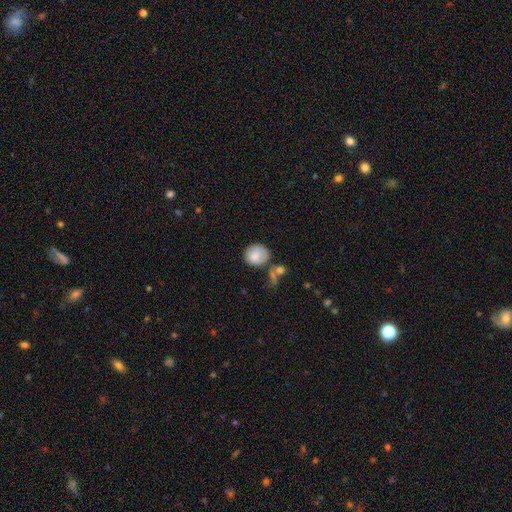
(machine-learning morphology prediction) smooth 82%, featured or disk 11%, star or artifact 7%. Down the decision tree: how rounded — round (72%); merging — none (55%).